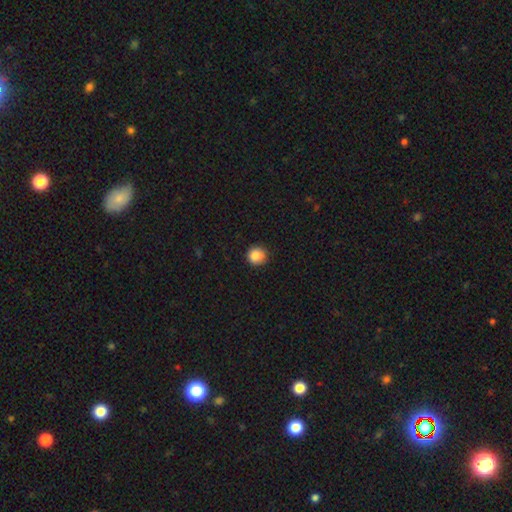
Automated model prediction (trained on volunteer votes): Smooth or featured? smooth (87%)
How rounded? round (92%)
Merging? none (87%)